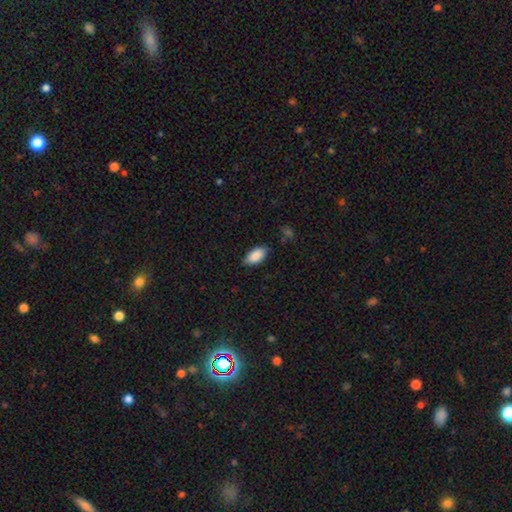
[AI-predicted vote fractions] This appears to be a smooth galaxy with no disk features (88%) that is in between round and cigar-shaped (92%). Merging: none (83%).